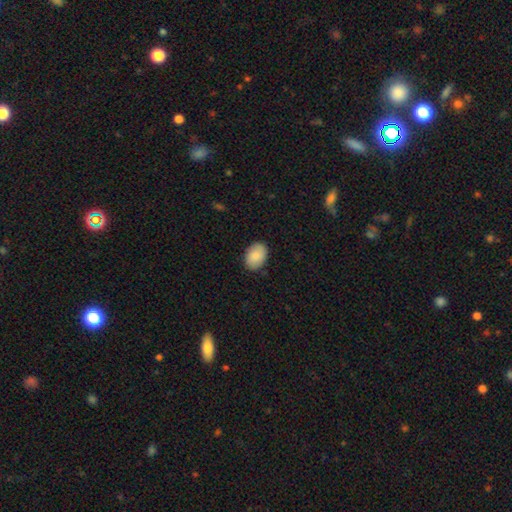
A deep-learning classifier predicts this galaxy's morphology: Smooth or featured: smooth — 88% (star or artifact — 6%)
How rounded: in between — 83% (round — 16%)
Merging: none — 86% (minor disturbance — 10%)